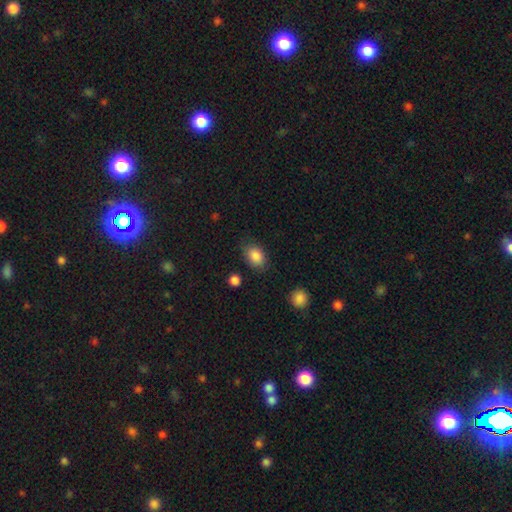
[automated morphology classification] Smooth or featured? Predicted: smooth (p=0.87). How rounded? Predicted: in between (p=0.72). Merging? Predicted: none (p=0.76).